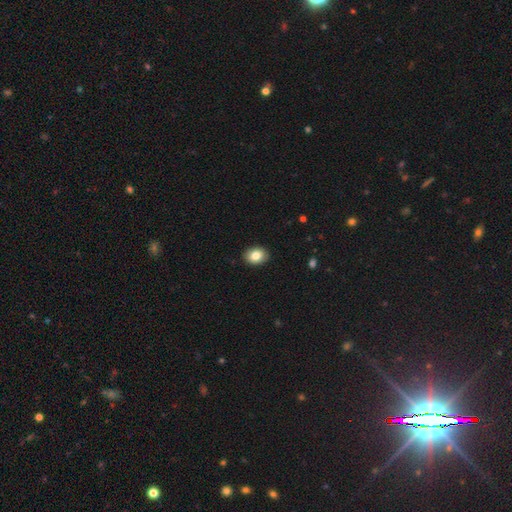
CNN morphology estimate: Q: Smooth or featured?
A: smooth (84%); runner-up: featured or disk (8%)
Q: How rounded?
A: in between (68%); runner-up: round (31%)
Q: Merging?
A: none (90%); runner-up: minor disturbance (8%)